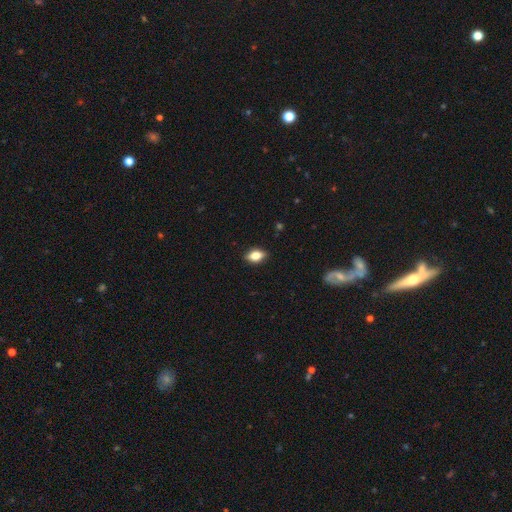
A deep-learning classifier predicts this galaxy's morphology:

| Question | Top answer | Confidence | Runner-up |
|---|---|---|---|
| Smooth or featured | smooth | 71% | featured or disk (21%) |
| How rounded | in between | 83% | round (11%) |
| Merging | none | 86% | minor disturbance (11%) |